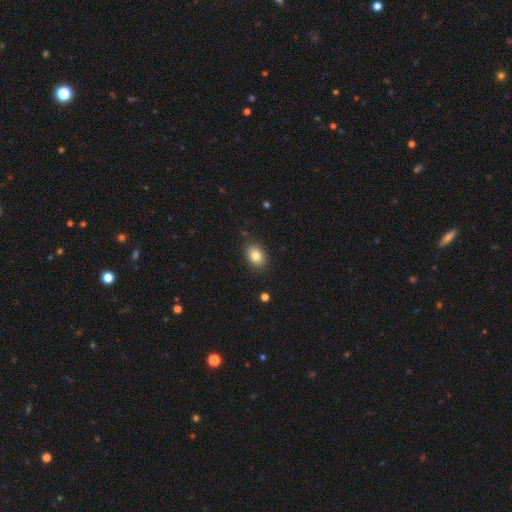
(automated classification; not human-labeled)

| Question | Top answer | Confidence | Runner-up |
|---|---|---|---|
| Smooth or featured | smooth | 83% | star or artifact (9%) |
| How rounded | in between | 76% | round (23%) |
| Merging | none | 86% | minor disturbance (10%) |